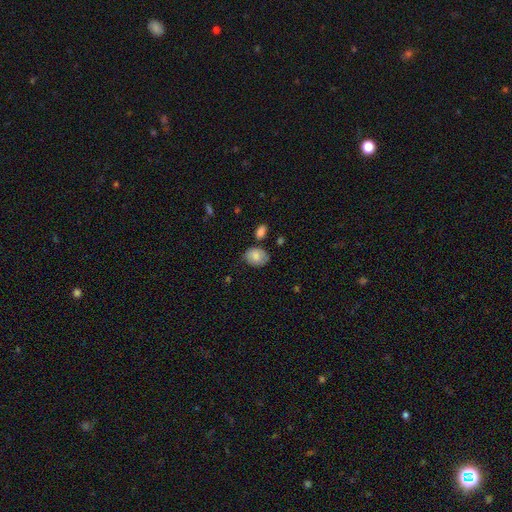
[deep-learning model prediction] The model was most divided on "how rounded": in between: 69%, round: 30%, cigar-shaped: 1%. More confident: smooth or featured — smooth (82%); merging — none (66%).